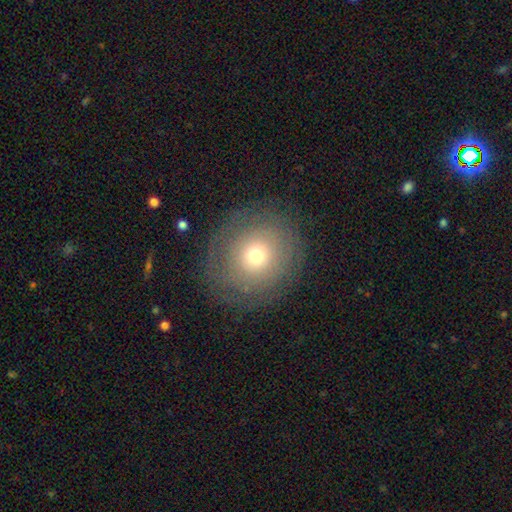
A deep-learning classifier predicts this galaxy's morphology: This appears to be a smooth galaxy with no disk features (60%) that is round (85%). Merging: none (82%).